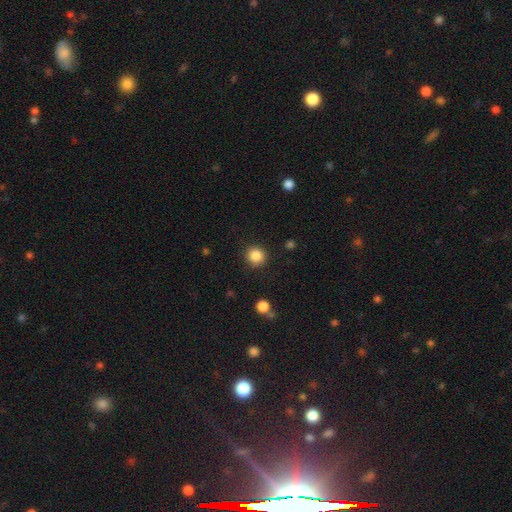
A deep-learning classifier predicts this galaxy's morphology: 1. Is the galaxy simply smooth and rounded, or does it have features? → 86% smooth, 10% star or artifact, 4% featured or disk.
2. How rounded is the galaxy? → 92% round, 7% in between, 1% cigar-shaped.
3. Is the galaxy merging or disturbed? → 90% none, 6% minor disturbance, 2% major disturbance, 1% merger.